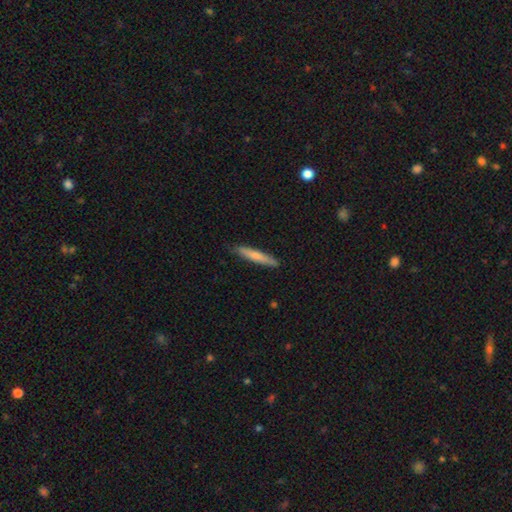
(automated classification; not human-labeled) smooth 70%, featured or disk 25%, star or artifact 5%. Down the decision tree: how rounded — cigar-shaped (92%); merging — none (86%).